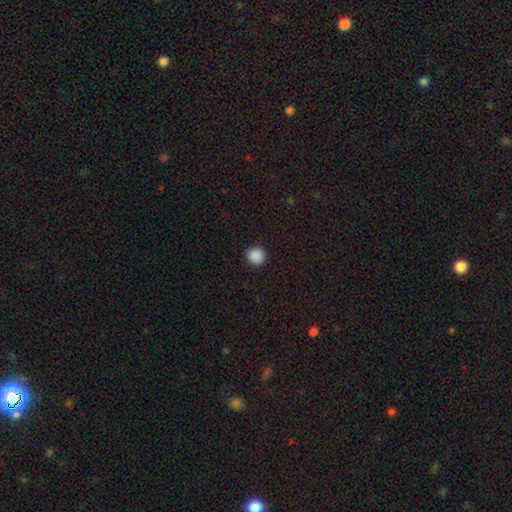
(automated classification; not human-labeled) This is clearly a smooth galaxy (88%). How rounded: clearly round (91%). Merging: clearly none (92%).